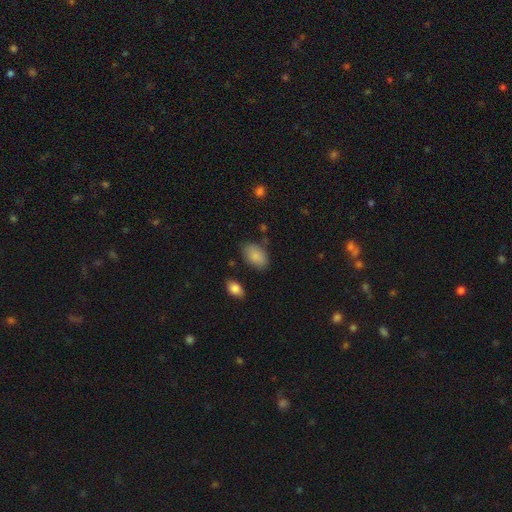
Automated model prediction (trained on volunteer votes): Smooth or featured? smooth (87%)
How rounded? in between (91%)
Merging? none (78%)